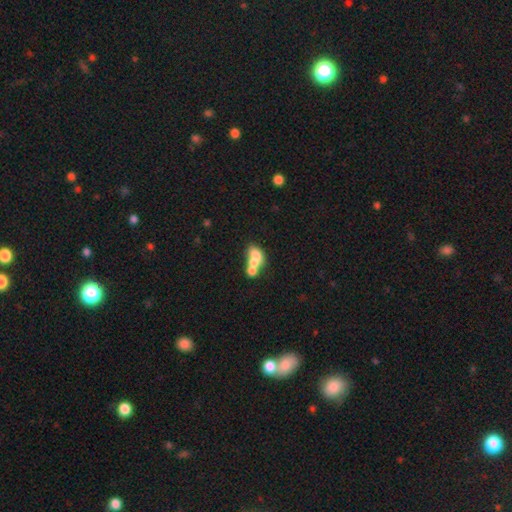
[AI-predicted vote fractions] A smooth galaxy with no disk features (58%) that is in between round and cigar-shaped (68%). Merging: merger (66%).